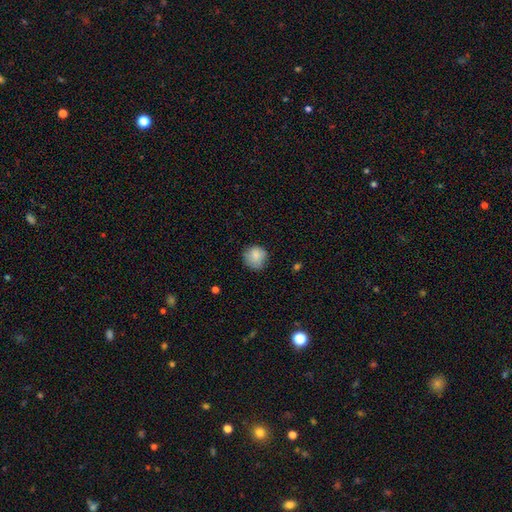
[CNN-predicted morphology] Smooth or featured: smooth — 84% (star or artifact — 8%)
How rounded: round — 88% (in between — 11%)
Merging: none — 74% (minor disturbance — 21%)